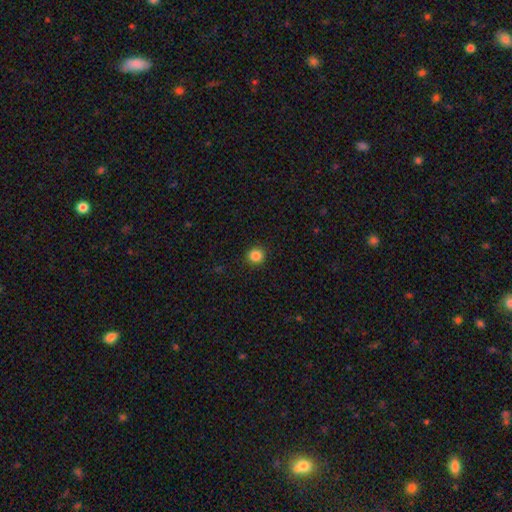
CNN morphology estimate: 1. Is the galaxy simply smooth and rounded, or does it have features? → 86% smooth, 11% star or artifact, 4% featured or disk.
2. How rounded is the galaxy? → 92% round, 7% in between, 1% cigar-shaped.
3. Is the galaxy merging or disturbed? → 92% none, 6% minor disturbance, 2% major disturbance, 1% merger.